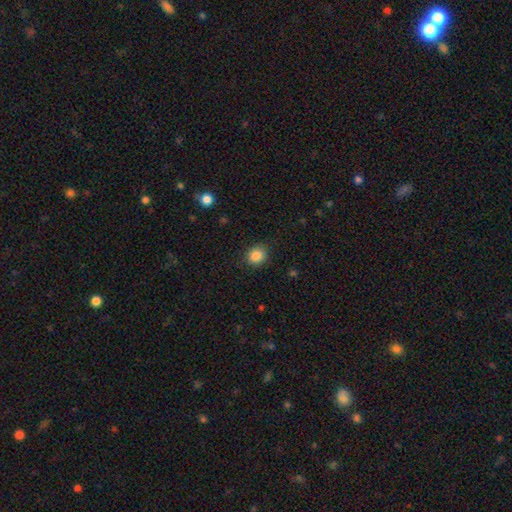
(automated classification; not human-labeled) The model was most divided on "how rounded": round: 75%, in between: 24%, cigar-shaped: 1%. More confident: smooth or featured — smooth (85%); merging — none (85%).